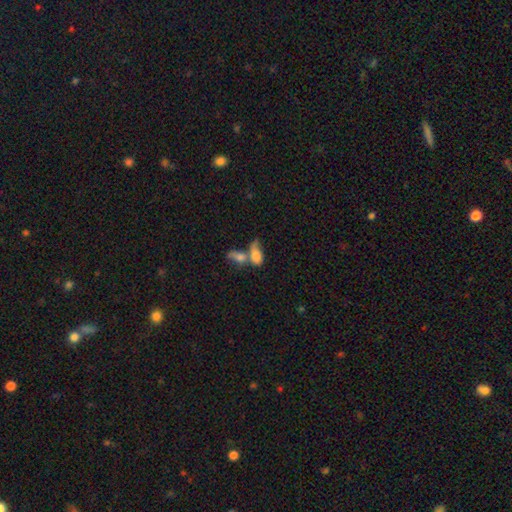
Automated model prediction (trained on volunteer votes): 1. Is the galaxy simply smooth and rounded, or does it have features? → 73% smooth, 19% featured or disk, 9% star or artifact.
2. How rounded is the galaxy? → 81% in between, 12% round, 7% cigar-shaped.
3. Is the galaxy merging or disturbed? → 67% merger, 15% none, 10% major disturbance, 8% minor disturbance.